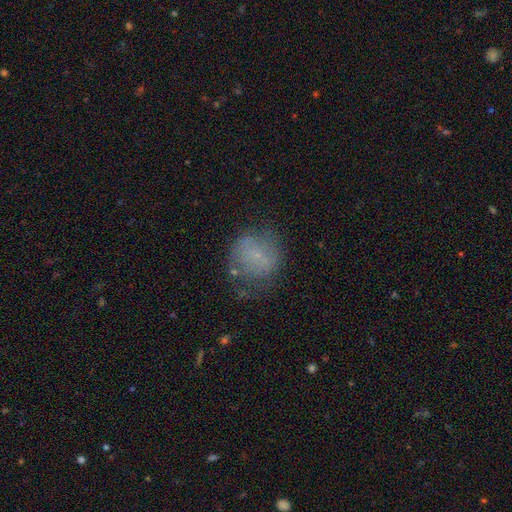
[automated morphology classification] type=smooth (58%); roundness=round (82%); merging=none (59%).